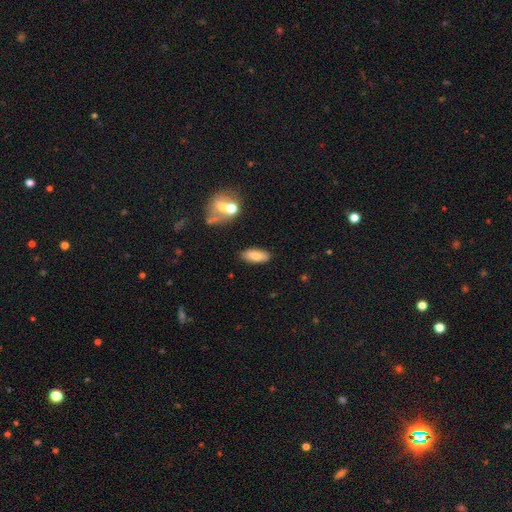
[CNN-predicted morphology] smooth 79%, featured or disk 13%, star or artifact 8%. Down the decision tree: how rounded — in between (79%); merging — none (85%).